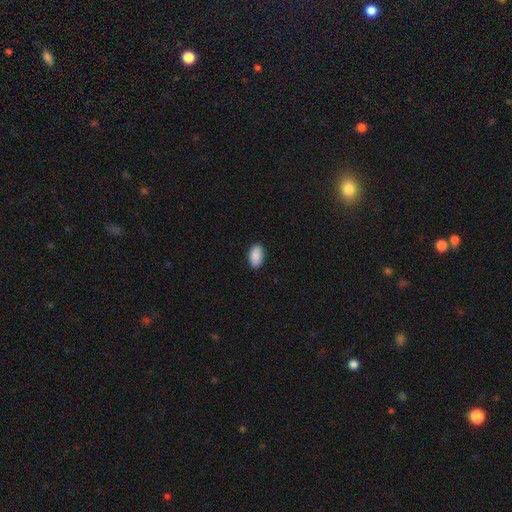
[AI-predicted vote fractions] This is clearly a smooth galaxy (91%). How rounded: clearly in between (94%). Merging: clearly none (90%).